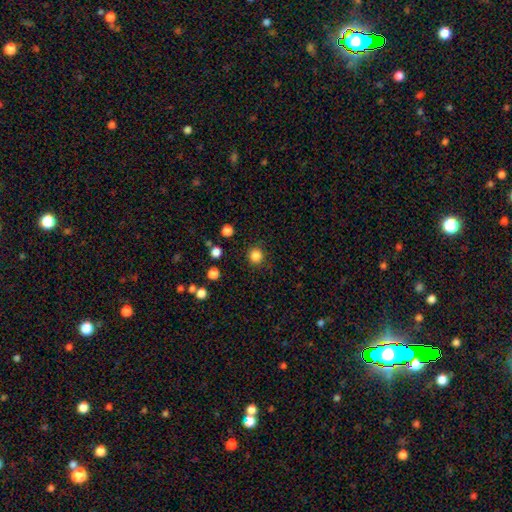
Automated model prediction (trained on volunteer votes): Smooth or featured?
  - smooth: 84% *
  - star or artifact: 12%
  - featured or disk: 3%
How rounded?
  - round: 94% *
  - in between: 5%
  - cigar-shaped: 1%
Merging?
  - none: 89% *
  - minor disturbance: 7%
  - major disturbance: 3%
  - merger: 2%